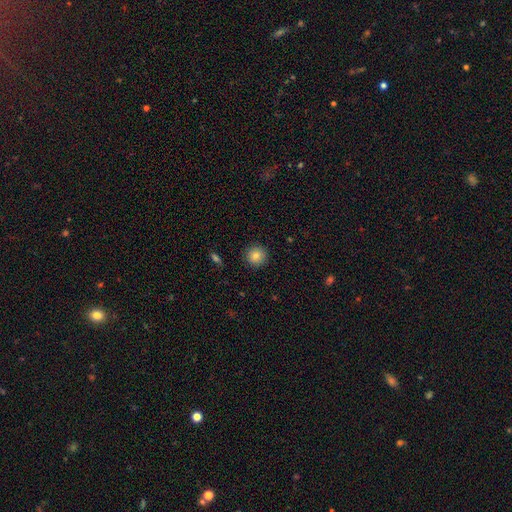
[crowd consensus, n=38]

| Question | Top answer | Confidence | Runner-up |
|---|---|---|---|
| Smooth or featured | smooth | 84% | featured or disk (8%) |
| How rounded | round | 97% | in between (3%) |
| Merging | none | 94% | minor disturbance (6%) |